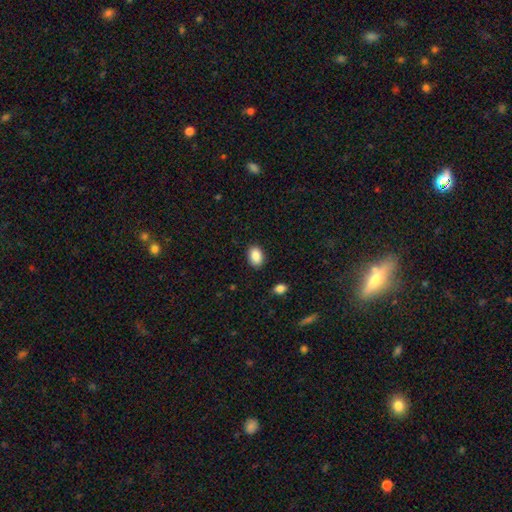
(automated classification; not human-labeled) Smooth or featured? Predicted: smooth (p=0.89). How rounded? Predicted: in between (p=0.85). Merging? Predicted: none (p=0.88).